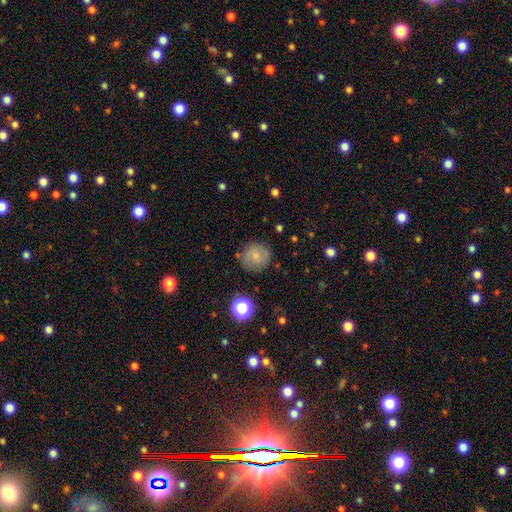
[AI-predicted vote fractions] Smooth or featured: smooth — 71% (featured or disk — 18%)
How rounded: round — 91% (in between — 8%)
Merging: none — 80% (minor disturbance — 14%)